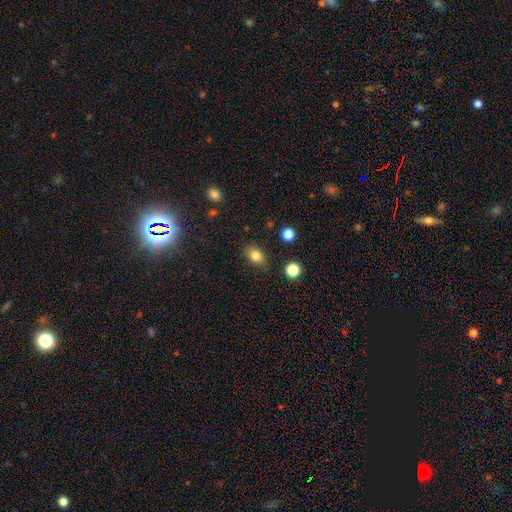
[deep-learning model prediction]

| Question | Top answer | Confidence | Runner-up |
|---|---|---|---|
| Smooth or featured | smooth | 81% | star or artifact (10%) |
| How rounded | in between | 78% | round (20%) |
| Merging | none | 82% | minor disturbance (13%) |